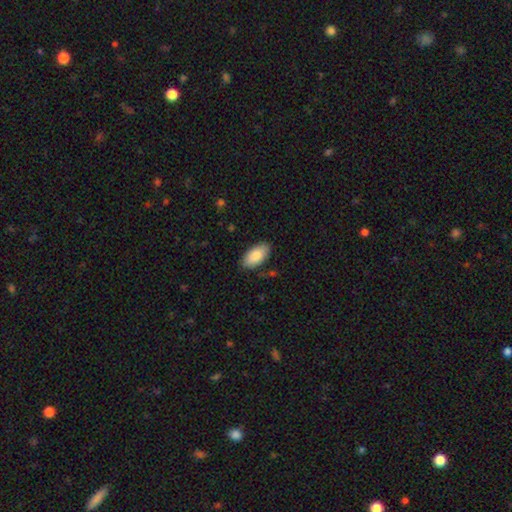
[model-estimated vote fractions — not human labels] The model was most divided on "merging": none: 85%, minor disturbance: 11%, major disturbance: 2%, merger: 1%. More confident: how rounded — in between (95%); smooth or featured — smooth (86%).